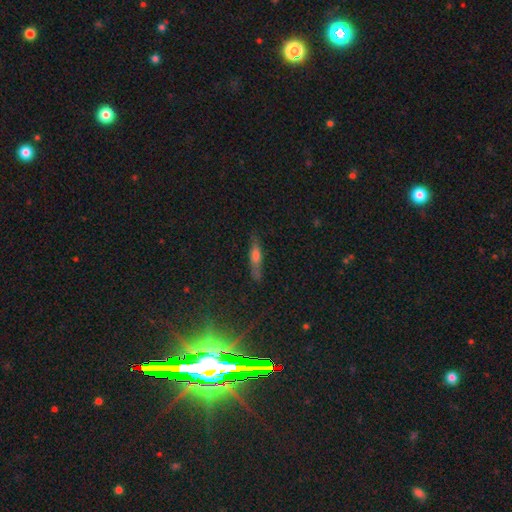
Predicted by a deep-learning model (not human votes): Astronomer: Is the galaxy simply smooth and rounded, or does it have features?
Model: smooth — 44% (runner-up: featured or disk, 43%).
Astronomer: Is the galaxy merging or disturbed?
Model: none — 81%.